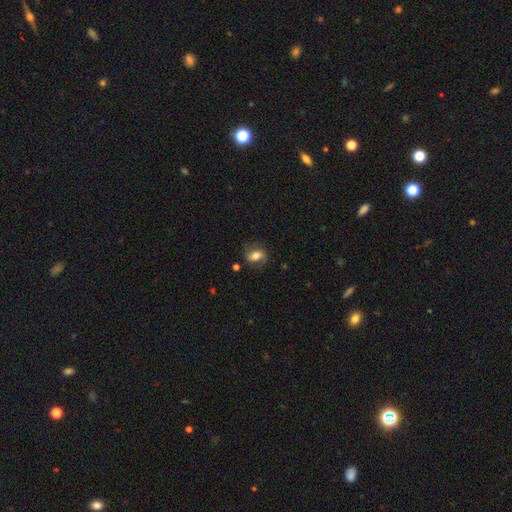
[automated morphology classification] Smooth or featured? smooth (56%)
How rounded? in between (70%)
Merging? none (71%)